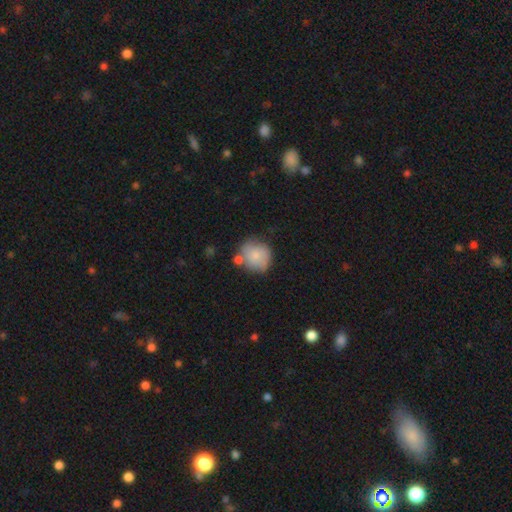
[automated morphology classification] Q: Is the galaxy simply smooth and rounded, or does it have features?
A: smooth — 76%.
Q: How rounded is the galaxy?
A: round — 85%.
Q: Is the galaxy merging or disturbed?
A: none — 53%.